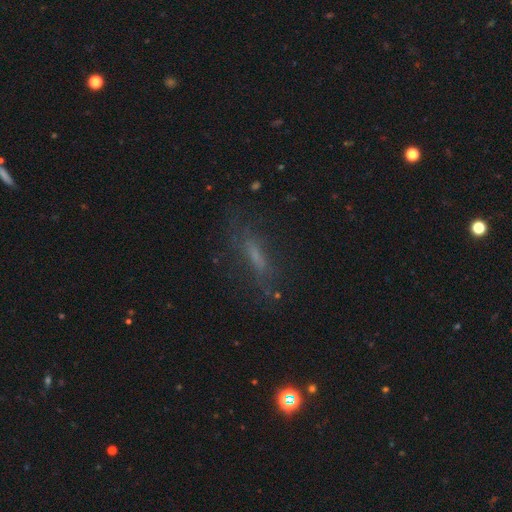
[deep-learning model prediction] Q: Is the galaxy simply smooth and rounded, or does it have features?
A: smooth — 42%.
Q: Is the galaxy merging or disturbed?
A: none — 67%.